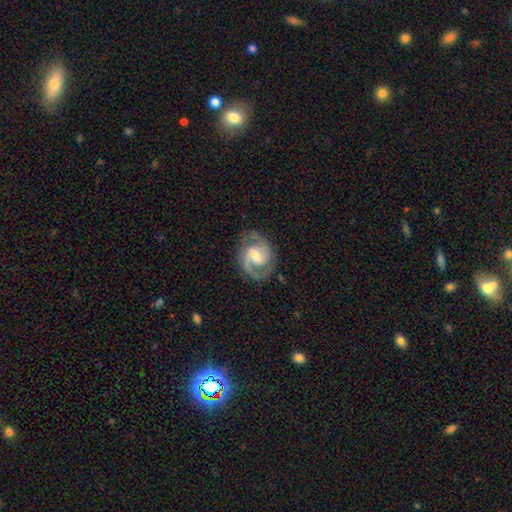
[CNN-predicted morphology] This appears to be a featured or disk galaxy (89%) with a weak bar (50%), 2 (90%) medium (56%) spiral arms (97%) and a moderate central bulge (56%). Merging: none (78%).